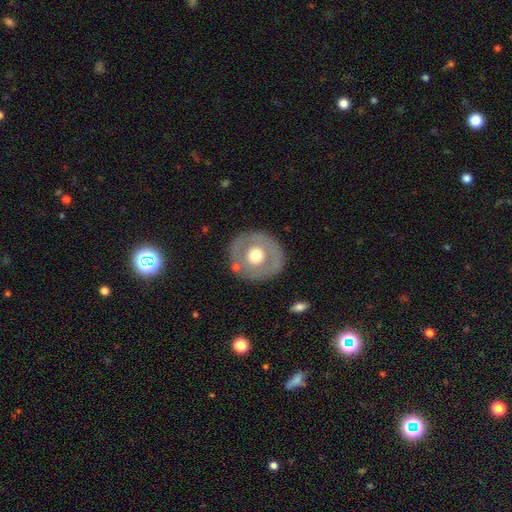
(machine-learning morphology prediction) This is possibly a featured or disk galaxy (48%). Merging: clearly none (83%).